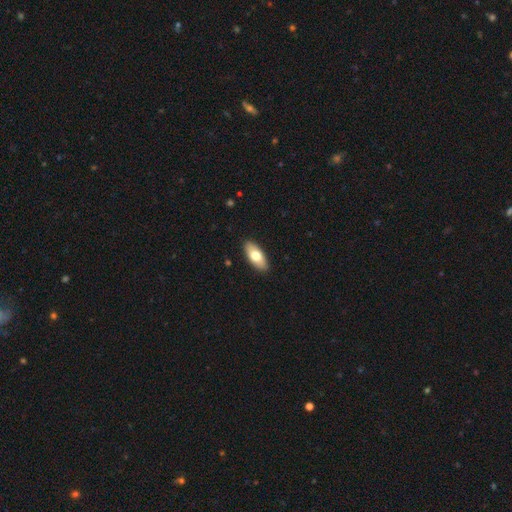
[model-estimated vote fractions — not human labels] Q: Smooth or featured?
A: smooth (72%); runner-up: featured or disk (22%)
Q: How rounded?
A: in between (85%); runner-up: cigar-shaped (13%)
Q: Merging?
A: none (90%); runner-up: minor disturbance (7%)